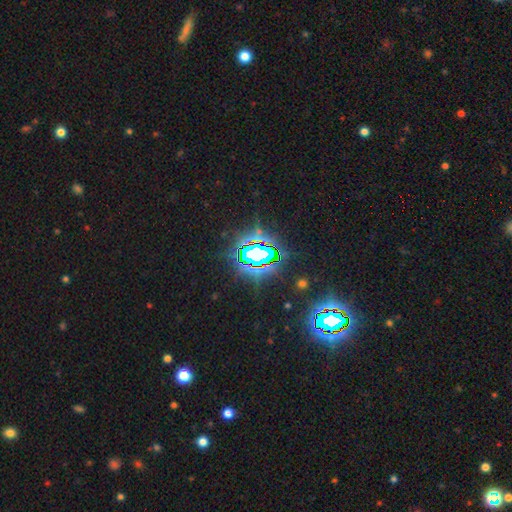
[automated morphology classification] The model was most divided on "smooth or featured": star or artifact: 77%, smooth: 11%, featured or disk: 11%.